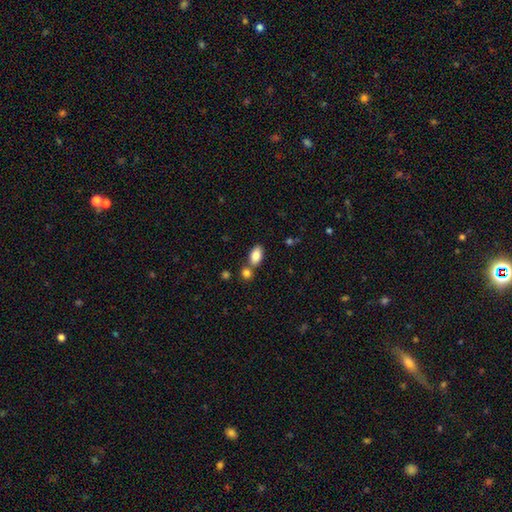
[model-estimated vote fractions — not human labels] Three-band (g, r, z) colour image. It shows a smooth galaxy with no disk features (86%) that is in between round and cigar-shaped (92%). Merging: none (62%).